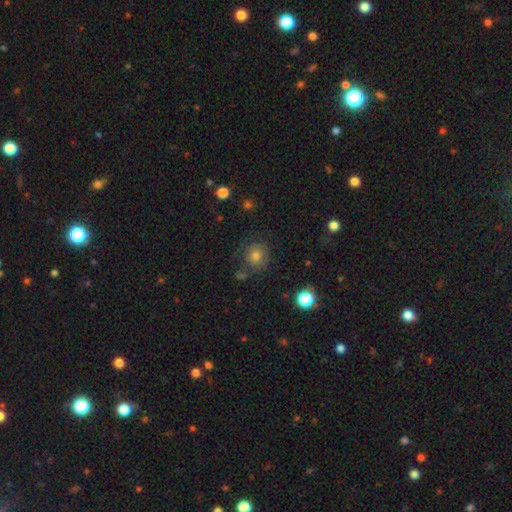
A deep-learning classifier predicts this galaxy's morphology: Smooth or featured: smooth — 68% (featured or disk — 17%)
How rounded: round — 88% (in between — 11%)
Merging: none — 71% (minor disturbance — 16%)